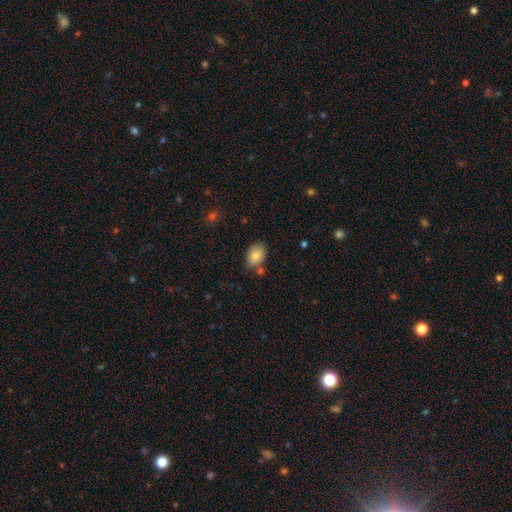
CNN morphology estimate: Smooth or featured? Predicted: smooth (p=0.85). How rounded? Predicted: in between (p=0.80). Merging? Predicted: none (p=0.70).